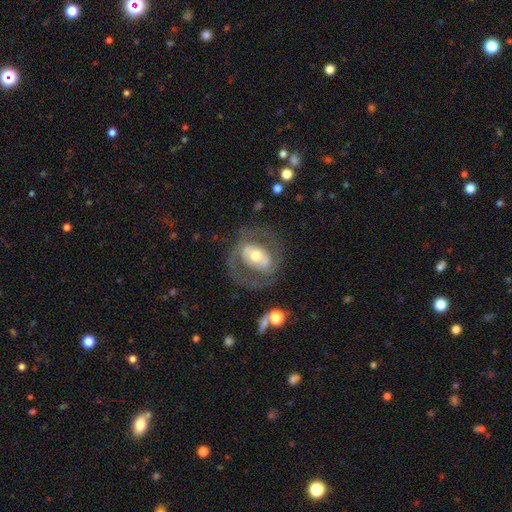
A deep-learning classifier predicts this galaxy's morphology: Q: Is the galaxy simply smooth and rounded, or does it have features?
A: featured or disk — 71%.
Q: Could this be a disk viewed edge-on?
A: no — 95%.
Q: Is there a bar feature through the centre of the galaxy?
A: no — 44%.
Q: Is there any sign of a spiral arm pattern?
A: yes — 56%.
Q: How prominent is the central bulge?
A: moderate — 68%.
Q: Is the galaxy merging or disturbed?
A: none — 65%.